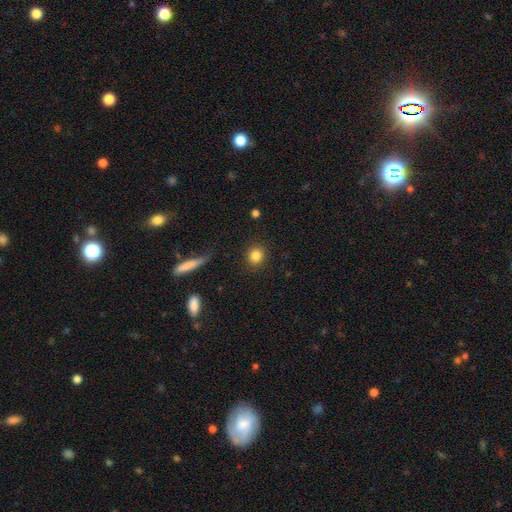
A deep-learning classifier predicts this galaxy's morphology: Overall: smooth (85%). How rounded: round (85%). Merging: none (89%).